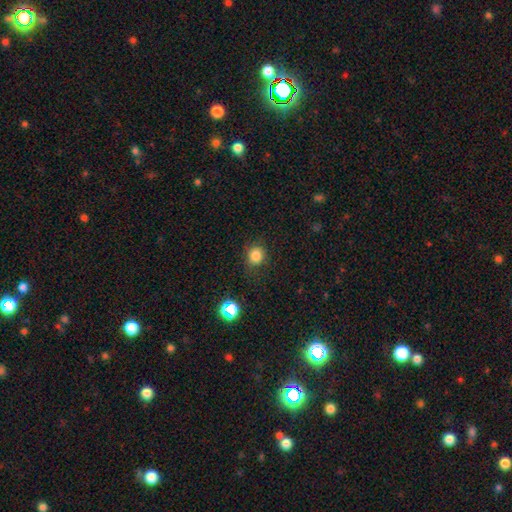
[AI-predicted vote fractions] The model was most divided on "how rounded": round: 75%, in between: 24%, cigar-shaped: 1%. More confident: smooth or featured — smooth (81%); merging — none (78%).